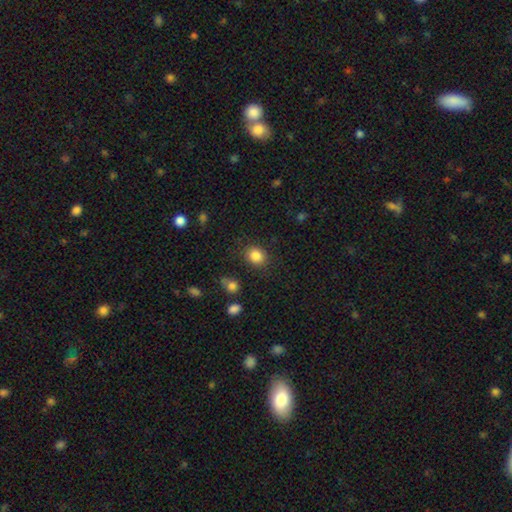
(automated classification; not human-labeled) A smooth galaxy with no disk features (85%) that is round (63%). Merging: none (82%).